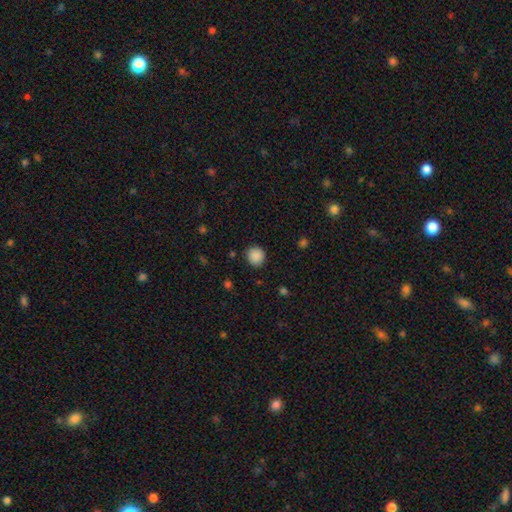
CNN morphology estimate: Smooth or featured? Predicted: smooth (p=0.88). How rounded? Predicted: round (p=0.90). Merging? Predicted: none (p=0.88).